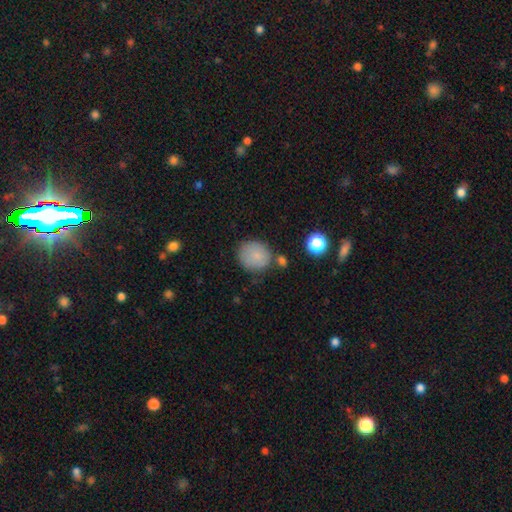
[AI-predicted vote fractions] Smooth or featured: smooth — 83% (star or artifact — 9%)
How rounded: round — 81% (in between — 18%)
Merging: none — 68% (minor disturbance — 18%)